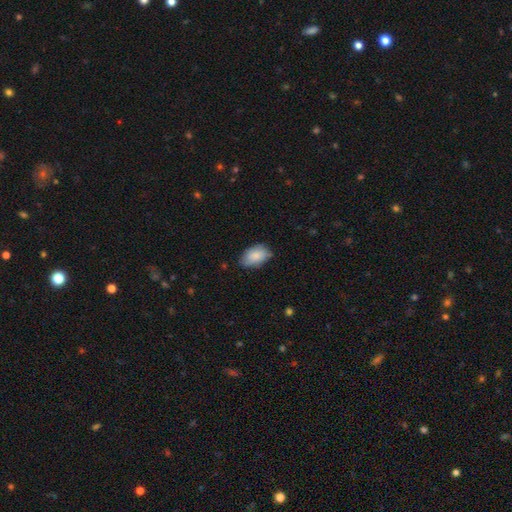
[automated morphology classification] Smooth or featured? Predicted: smooth (p=0.84). How rounded? Predicted: in between (p=0.91). Merging? Predicted: none (p=0.69).